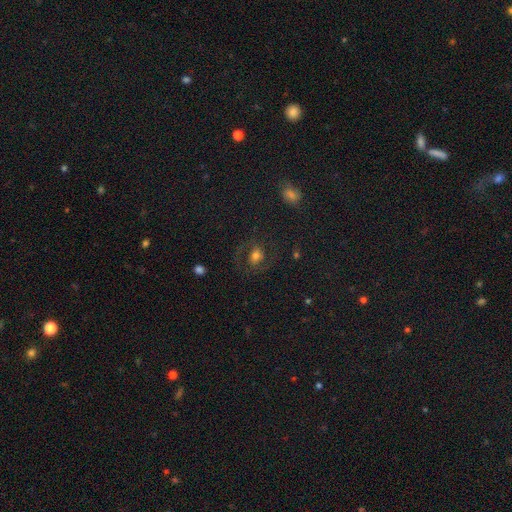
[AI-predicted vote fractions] This appears to be a featured or disk galaxy (48%). Merging: none (71%).